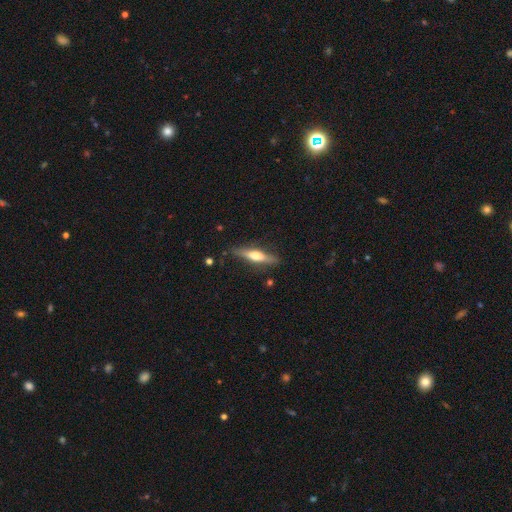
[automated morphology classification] Smooth or featured? featured or disk (55%)
Edge-on disk? yes (94%)
Edge-on bulge? rounded (86%)
Merging? none (84%)